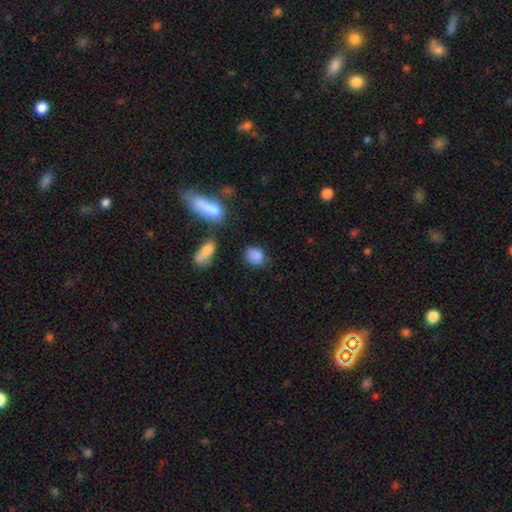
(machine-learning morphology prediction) Smooth or featured?
  - smooth: 85% *
  - star or artifact: 10%
  - featured or disk: 5%
How rounded?
  - in between: 54% *
  - round: 44%
  - cigar-shaped: 2%
Merging?
  - none: 68% *
  - minor disturbance: 20%
  - major disturbance: 6%
  - merger: 6%